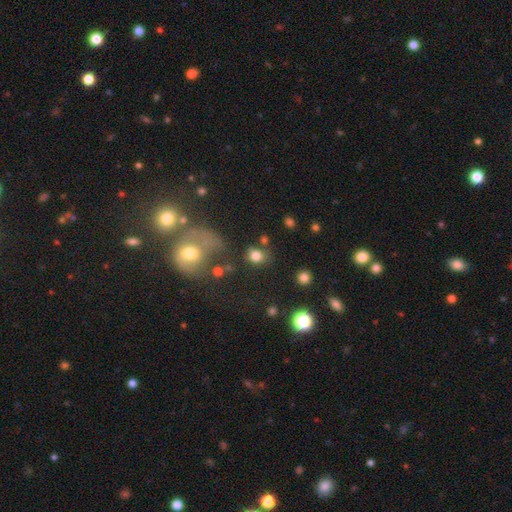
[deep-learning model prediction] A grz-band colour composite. It shows a smooth galaxy with no disk features (80%) that is round (61%). Merging: none (66%).